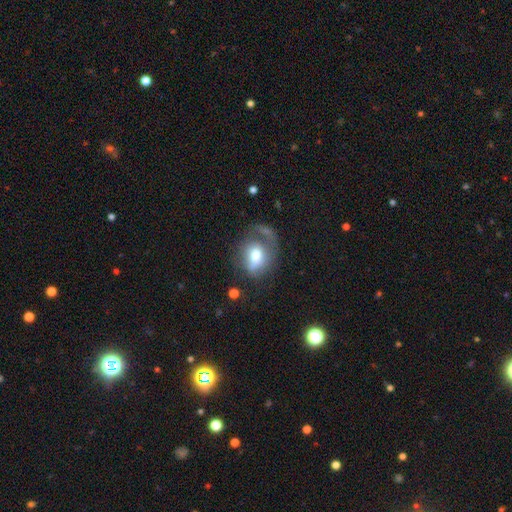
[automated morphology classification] smooth 60%, featured or disk 31%, star or artifact 9%. Down the decision tree: how rounded — round (52%); merging — major disturbance (36%).